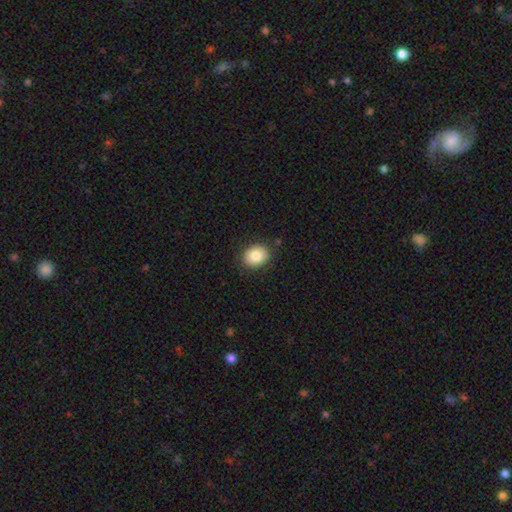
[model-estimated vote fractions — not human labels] smooth-or-featured: smooth: 83% | featured or disk: 9% | star or artifact: 8%
  how-rounded: round: 53% | in between: 46% | cigar-shaped: 1%
  merging: none: 88% | minor disturbance: 9% | major disturbance: 2% | merger: 1%